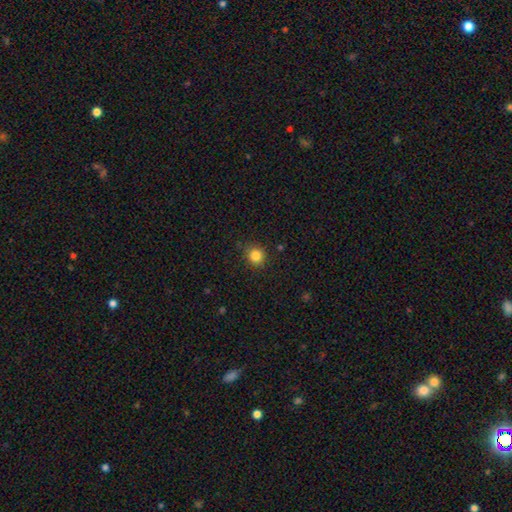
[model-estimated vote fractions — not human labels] This is clearly a smooth galaxy (84%). How rounded: clearly round (88%). Merging: clearly none (87%).